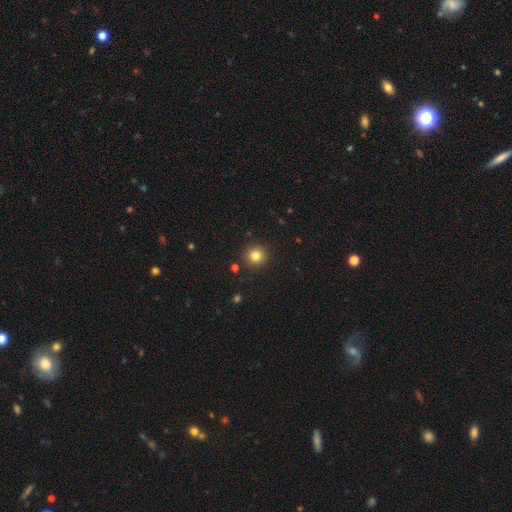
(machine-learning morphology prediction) Smooth or featured: smooth — 81% (star or artifact — 13%)
How rounded: round — 94% (in between — 5%)
Merging: none — 91% (minor disturbance — 5%)